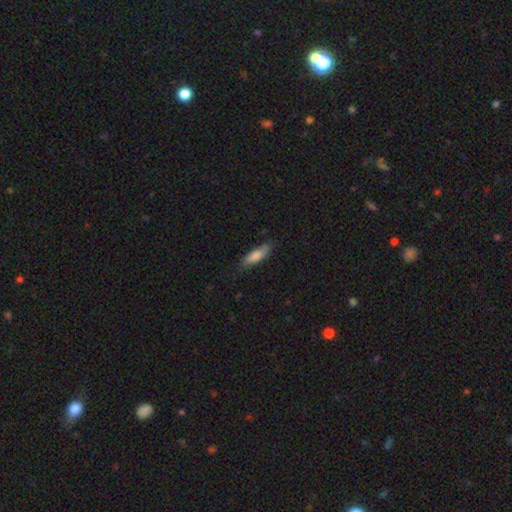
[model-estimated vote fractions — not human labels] This appears to be a smooth galaxy with no disk features (79%) that is cigar-shaped (53%). Merging: none (79%).